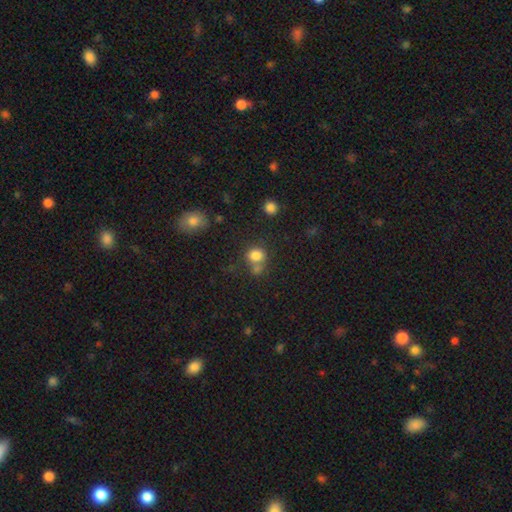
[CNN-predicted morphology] This is clearly a smooth galaxy (80%). How rounded: likely round (75%). Merging: possibly none (50%).